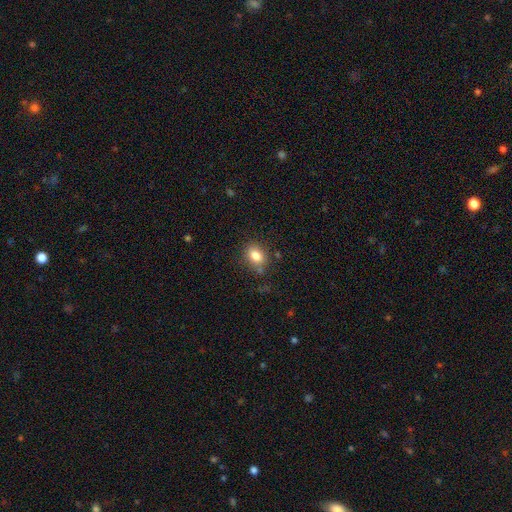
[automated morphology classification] A smooth galaxy with no disk features (82%) that is in between round and cigar-shaped (61%). Merging: none (79%).